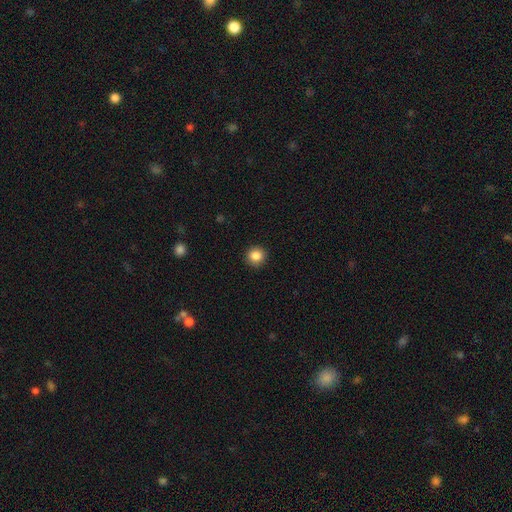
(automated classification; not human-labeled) smooth_or_featured: smooth (p=0.87) [alt: star or artifact p=0.10]
how_rounded: round (p=0.92) [alt: in between p=0.07]
merging: none (p=0.91) [alt: minor disturbance p=0.06]